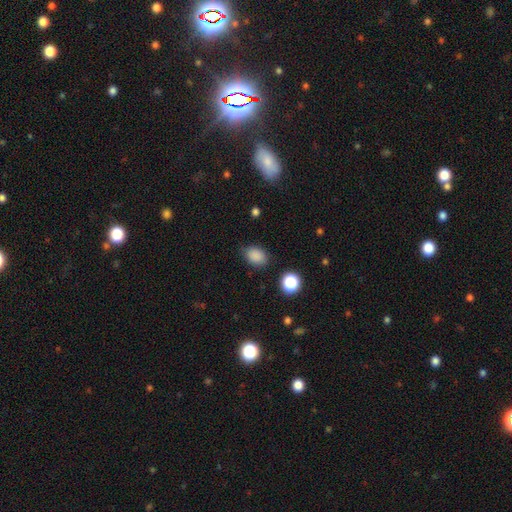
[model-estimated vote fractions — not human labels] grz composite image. It shows a smooth galaxy with no disk features (86%) that is in between round and cigar-shaped (75%). Merging: none (80%).